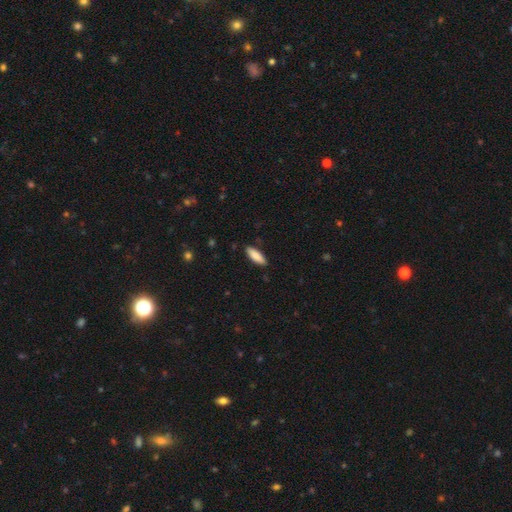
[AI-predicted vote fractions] smooth_or_featured: smooth (p=0.87) [alt: featured or disk p=0.07]
how_rounded: in between (p=0.60) [alt: cigar-shaped p=0.39]
merging: none (p=0.88) [alt: minor disturbance p=0.09]